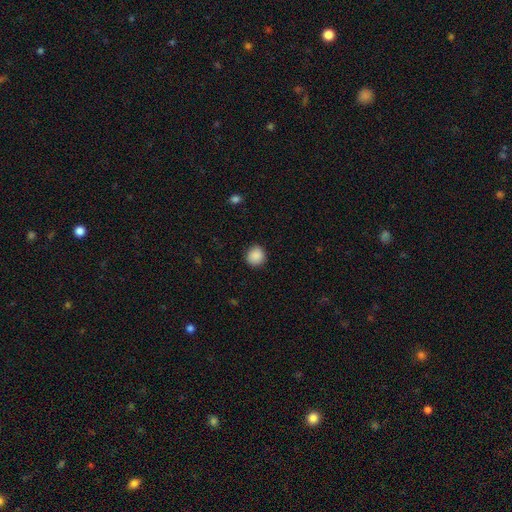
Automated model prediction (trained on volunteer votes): smooth-or-featured: smooth: 89% | star or artifact: 9% | featured or disk: 3%
  how-rounded: round: 90% | in between: 9% | cigar-shaped: 1%
  merging: none: 89% | minor disturbance: 7% | major disturbance: 2% | merger: 1%